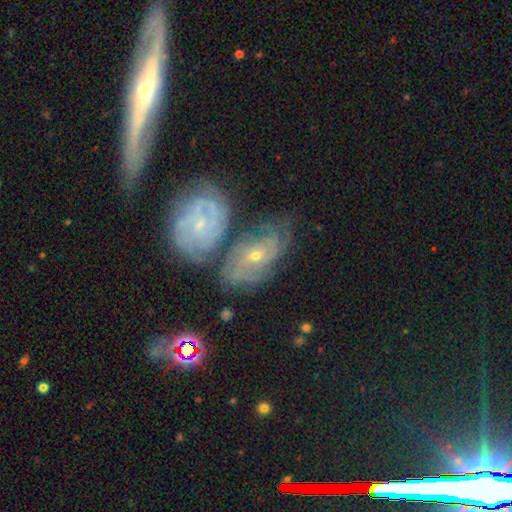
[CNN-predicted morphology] smooth-or-featured: featured or disk: 79% | smooth: 14% | star or artifact: 7%
  disk-edge-on: no: 95% | yes: 5%
    bar: no: 68% | weak: 26% | strong: 6%
    has-spiral-arms: yes: 90% | no: 10%
      spiral-winding: tight: 62% | medium: 29% | loose: 8%
      spiral-arm-count: can't tell: 42% | 3: 21% | 2: 15% | 4: 12% | more than 4: 6% | 1: 5%
    bulge-size: small: 69% | moderate: 27% | large: 1% | none: 1% | dominant: 1%
  merging: none: 49% | merger: 26% | minor disturbance: 17% | major disturbance: 8%